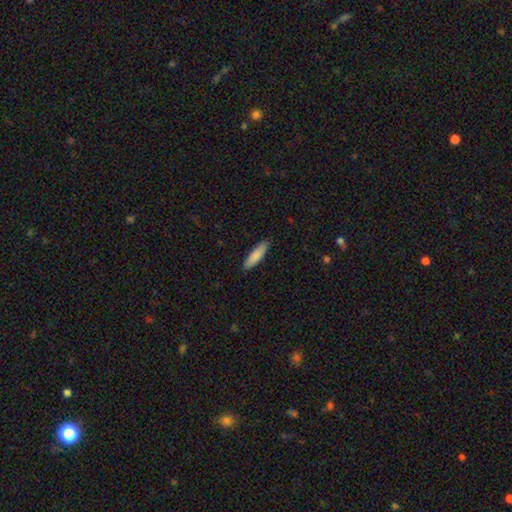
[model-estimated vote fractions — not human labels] A smooth galaxy with no disk features (86%) that is cigar-shaped (67%). Merging: none (88%).